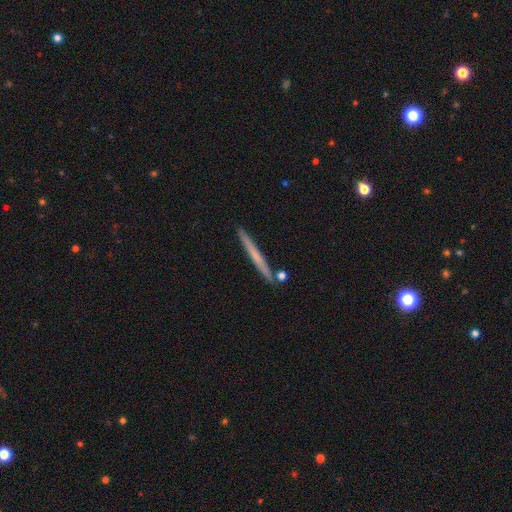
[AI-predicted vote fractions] Overall: smooth (50%; featured or disk 45%). Merging: none (88%).